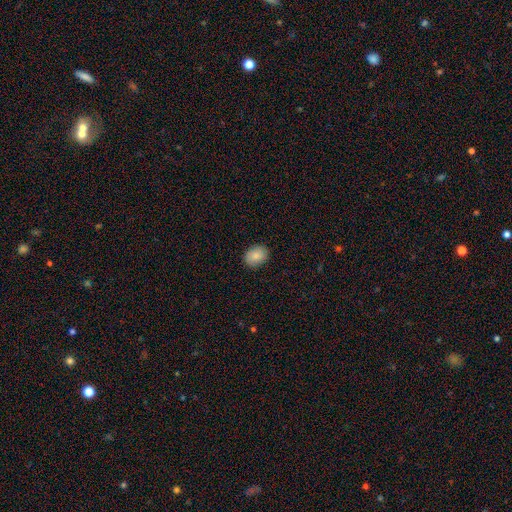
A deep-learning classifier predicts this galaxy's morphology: A smooth galaxy with no disk features (87%) that is in between round and cigar-shaped (67%).

Vote fractions:
- Smooth or featured? smooth: 87% / star or artifact: 7% / featured or disk: 6%
- How rounded? in between: 67% / round: 32% / cigar-shaped: 1%
- Merging? none: 89% / minor disturbance: 8% / major disturbance: 2% / merger: 1%